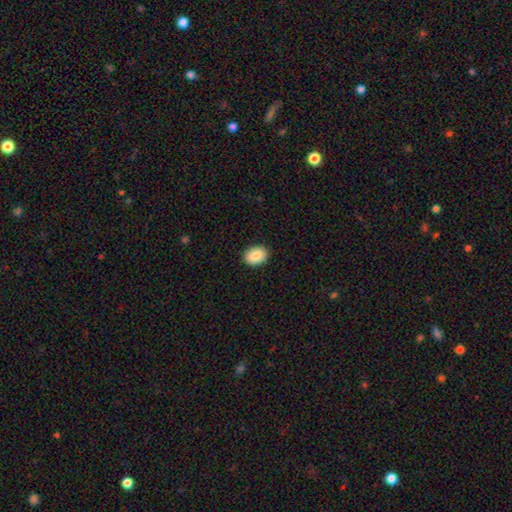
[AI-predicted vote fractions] Morphology: type=smooth (88%); roundness=in between (70%); merging=none (90%).